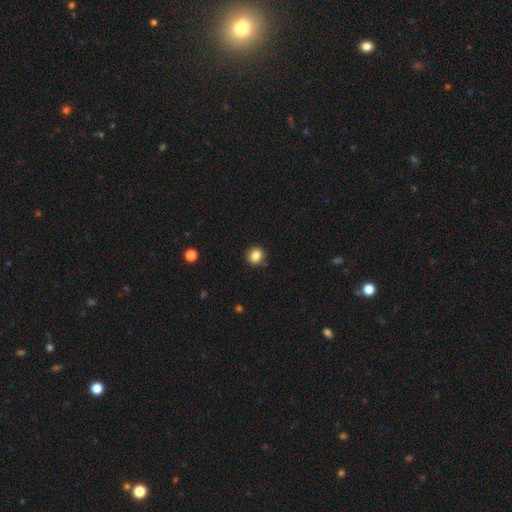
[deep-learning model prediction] Morphology: type=smooth (85%); roundness=round (86%); merging=none (88%).